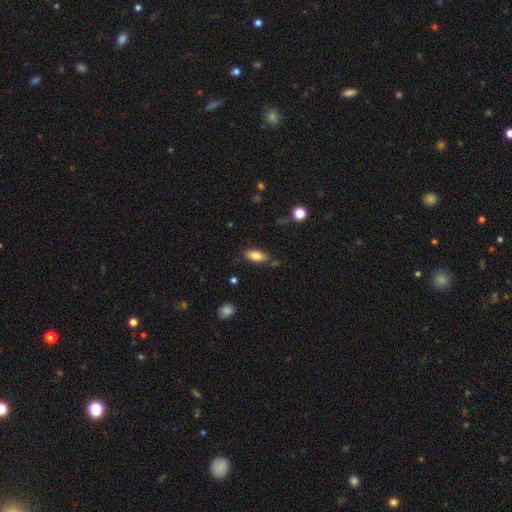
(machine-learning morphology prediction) smooth 82%, featured or disk 11%, star or artifact 7%. Down the decision tree: how rounded — in between (84%); merging — none (75%).